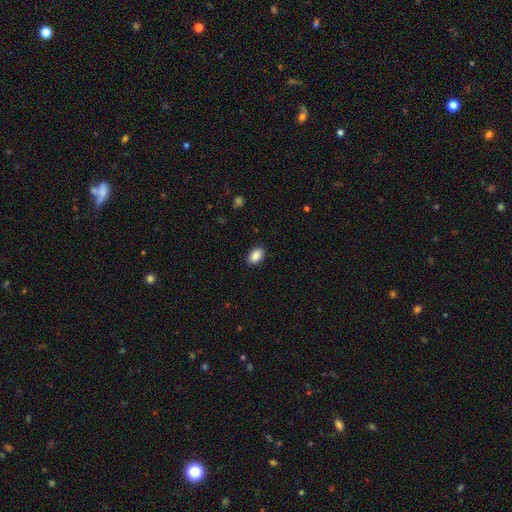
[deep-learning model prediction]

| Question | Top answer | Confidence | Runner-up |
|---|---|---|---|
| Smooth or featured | smooth | 89% | star or artifact (7%) |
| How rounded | in between | 87% | round (12%) |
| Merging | none | 89% | minor disturbance (8%) |